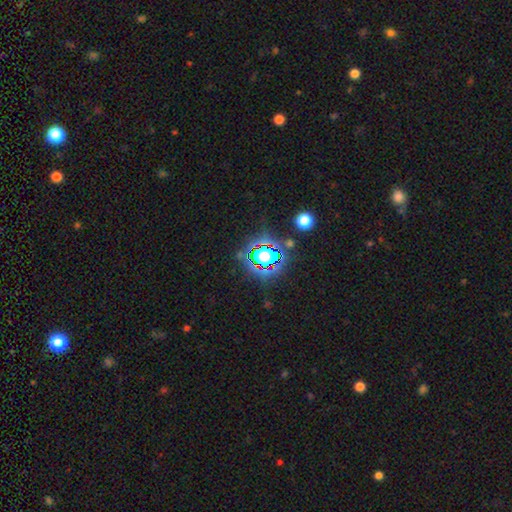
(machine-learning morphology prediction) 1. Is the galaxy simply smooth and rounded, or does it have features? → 79% star or artifact, 13% smooth, 8% featured or disk.